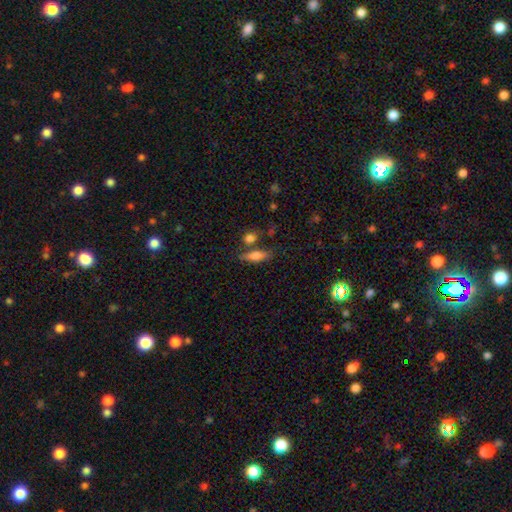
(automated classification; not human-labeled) The model was most divided on "how rounded": cigar-shaped: 50%, in between: 43%, round: 6%. More confident: merging — none (72%); smooth or featured — smooth (66%).